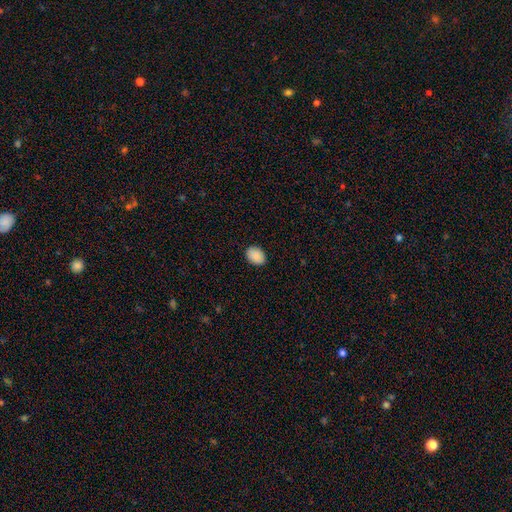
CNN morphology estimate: Overall: smooth (90%). How rounded: in between (72%). Merging: none (89%).